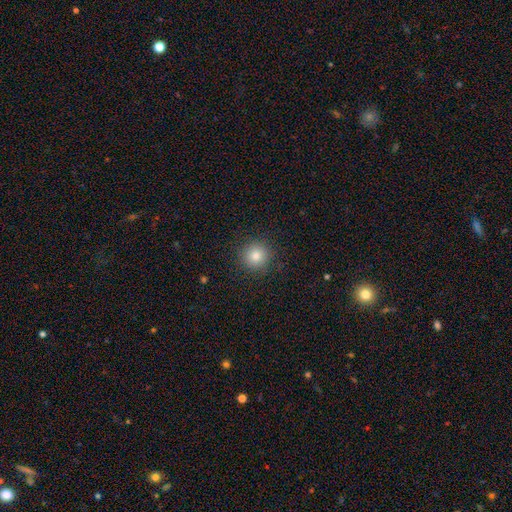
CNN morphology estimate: Q: Smooth or featured?
A: smooth (82%); runner-up: star or artifact (12%)
Q: How rounded?
A: round (94%); runner-up: in between (5%)
Q: Merging?
A: none (91%); runner-up: minor disturbance (6%)